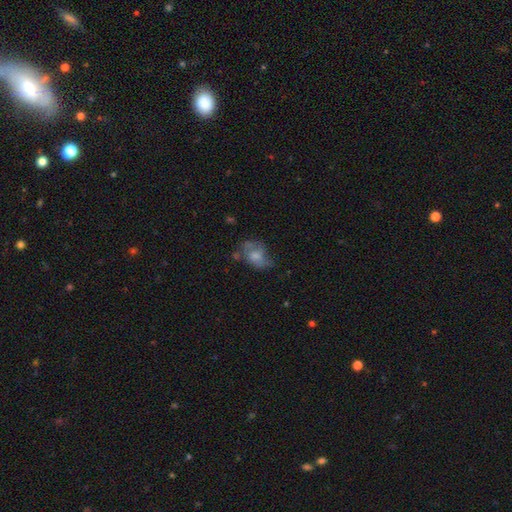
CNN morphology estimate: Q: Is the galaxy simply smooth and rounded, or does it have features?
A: smooth — 58%.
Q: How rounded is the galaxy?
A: in between — 74%.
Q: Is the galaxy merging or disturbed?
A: none — 36%.